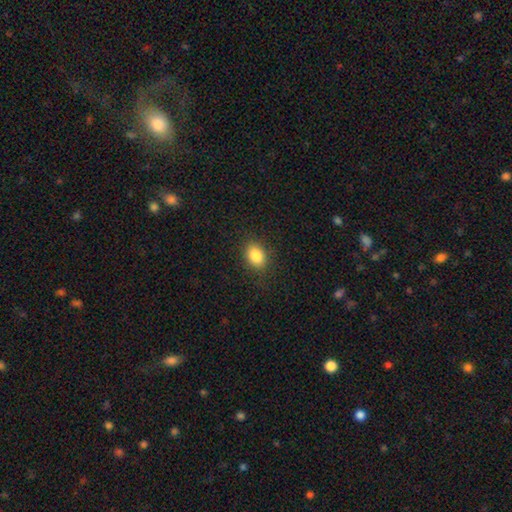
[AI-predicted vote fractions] Q: Smooth or featured?
A: smooth (85%); runner-up: star or artifact (9%)
Q: How rounded?
A: in between (70%); runner-up: round (29%)
Q: Merging?
A: none (86%); runner-up: minor disturbance (10%)